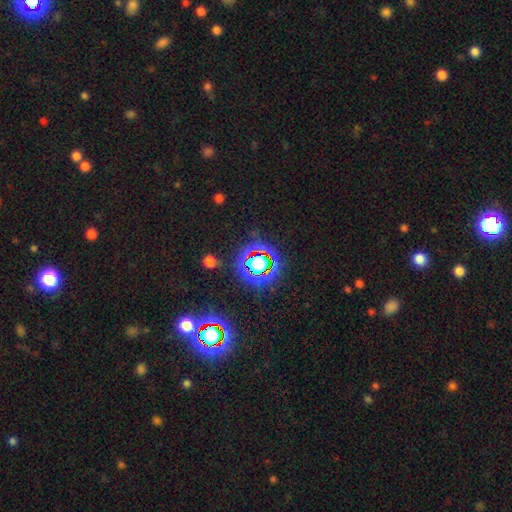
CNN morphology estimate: smooth_or_featured: star or artifact (p=0.78) [alt: smooth p=0.14]